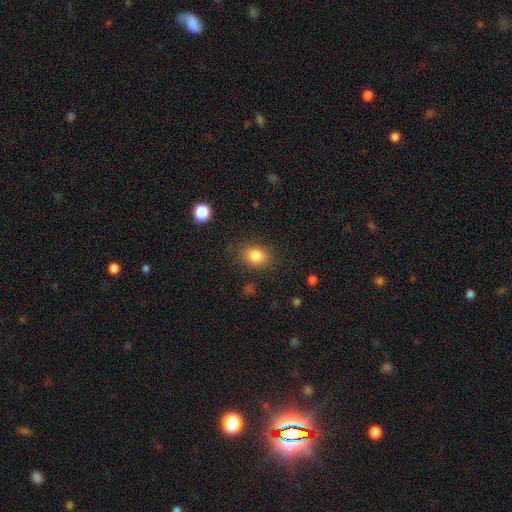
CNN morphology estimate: A smooth galaxy with no disk features (84%) that is in between round and cigar-shaped (59%). Merging: none (82%).